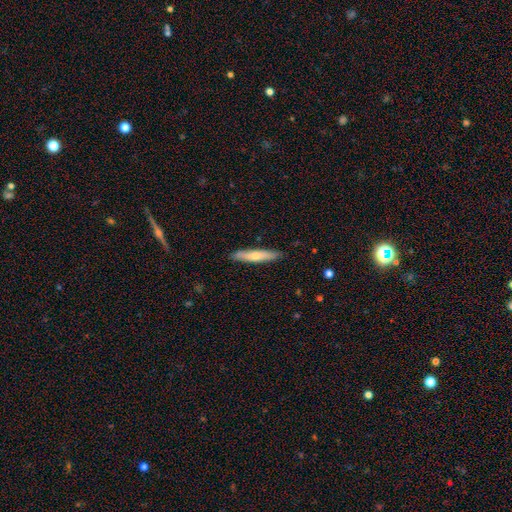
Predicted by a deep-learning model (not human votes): This is likely a smooth galaxy (62%). How rounded: clearly cigar-shaped (89%). Merging: clearly none (88%).